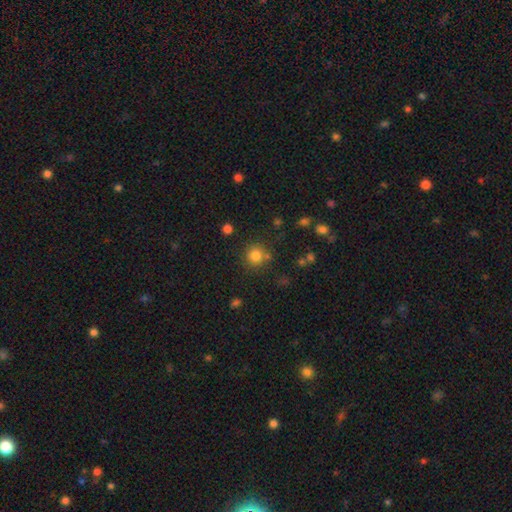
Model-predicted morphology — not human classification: Smooth or featured: smooth — 81% (star or artifact — 13%)
How rounded: round — 93% (in between — 6%)
Merging: none — 79% (minor disturbance — 9%)